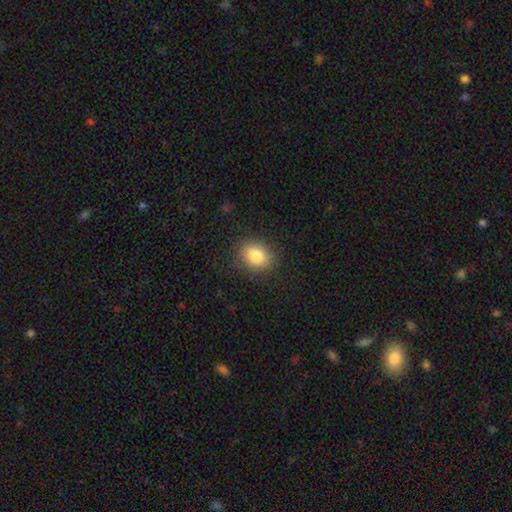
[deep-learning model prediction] Smooth or featured? smooth (83%)
How rounded? in between (57%)
Merging? none (86%)